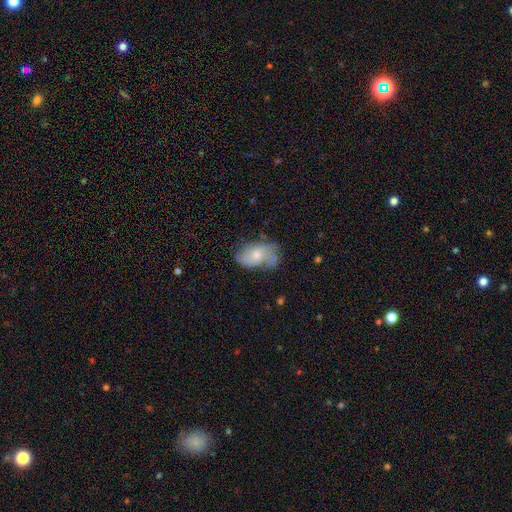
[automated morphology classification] A featured or disk galaxy (62%) with no bar (75%), spiral arms (85%) and a moderate central bulge (50%). Merging: none (58%).